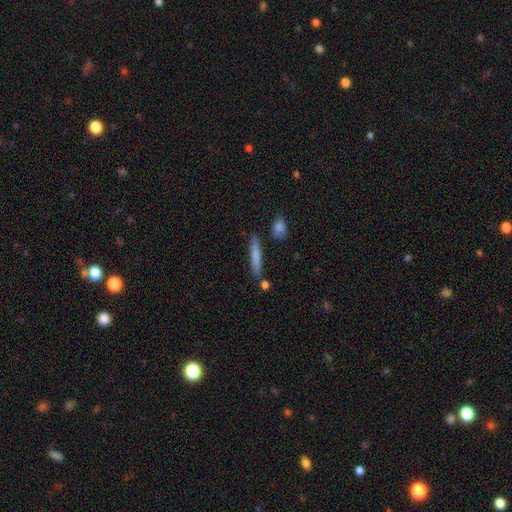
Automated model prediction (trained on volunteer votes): Smooth or featured? Predicted: smooth (p=0.70). How rounded? Predicted: cigar-shaped (p=0.93). Merging? Predicted: none (p=0.82).